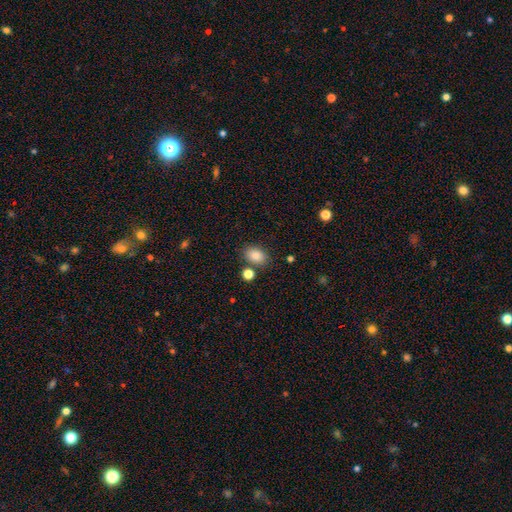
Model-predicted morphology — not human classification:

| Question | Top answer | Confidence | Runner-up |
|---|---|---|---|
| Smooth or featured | smooth | 85% | star or artifact (9%) |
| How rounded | in between | 79% | round (20%) |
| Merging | none | 78% | minor disturbance (11%) |